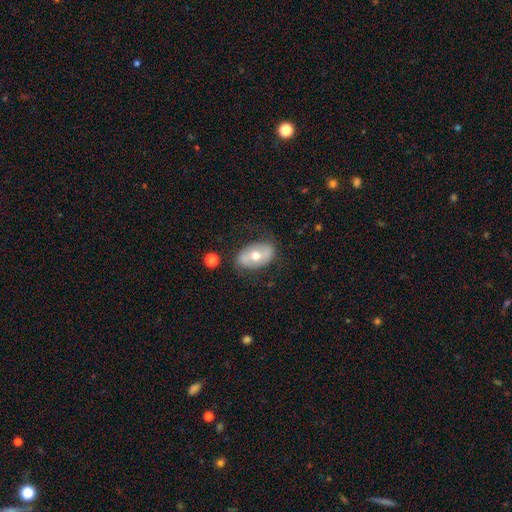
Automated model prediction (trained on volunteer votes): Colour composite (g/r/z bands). It shows a smooth galaxy with no disk features (47%). Merging: none (76%).